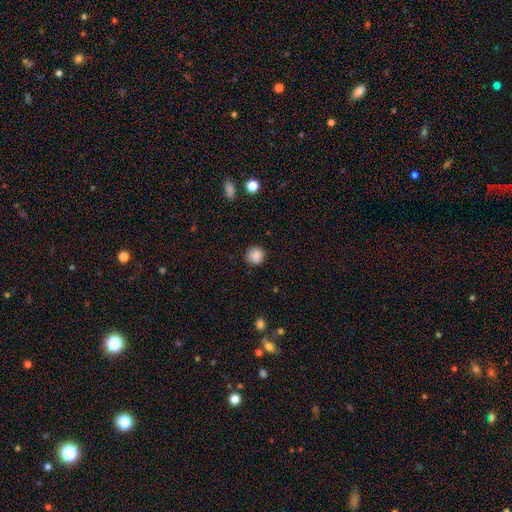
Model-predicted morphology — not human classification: Smooth or featured? Predicted: smooth (p=0.87). How rounded? Predicted: round (p=0.90). Merging? Predicted: none (p=0.83).